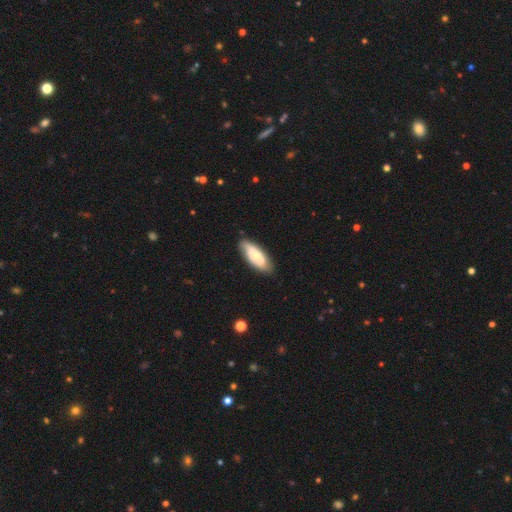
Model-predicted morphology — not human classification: Smooth or featured?
  - smooth: 57% *
  - featured or disk: 38%
  - star or artifact: 6%
How rounded?
  - in between: 82% *
  - cigar-shaped: 15%
  - round: 2%
Merging?
  - none: 80% *
  - minor disturbance: 15%
  - major disturbance: 3%
  - merger: 1%